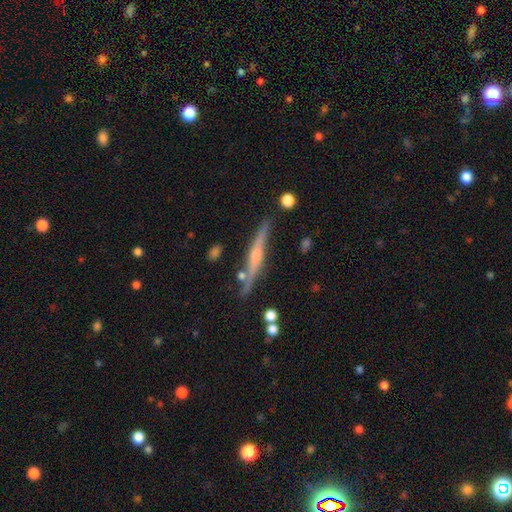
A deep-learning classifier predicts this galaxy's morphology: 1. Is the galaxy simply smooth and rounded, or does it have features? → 74% featured or disk, 20% smooth, 7% star or artifact.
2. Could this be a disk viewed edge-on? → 97% yes, 3% no.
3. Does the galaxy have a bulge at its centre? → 74% rounded, 15% none, 10% boxy.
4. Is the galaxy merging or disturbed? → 80% none, 12% minor disturbance, 5% merger, 3% major disturbance.